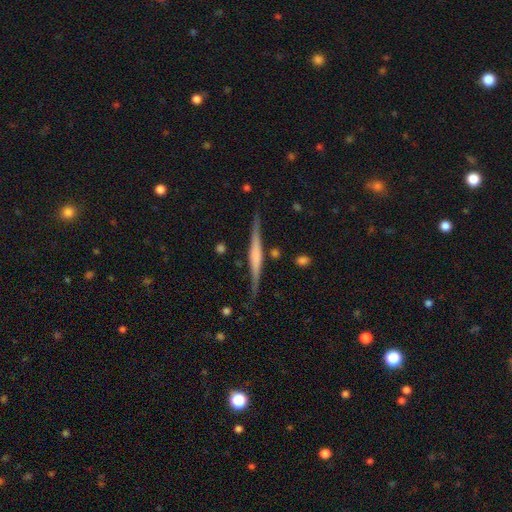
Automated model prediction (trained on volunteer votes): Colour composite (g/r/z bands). It shows a featured or disk galaxy (71%) viewed edge-on (97%) with a rounded central bulge (37%). Merging: none (83%).